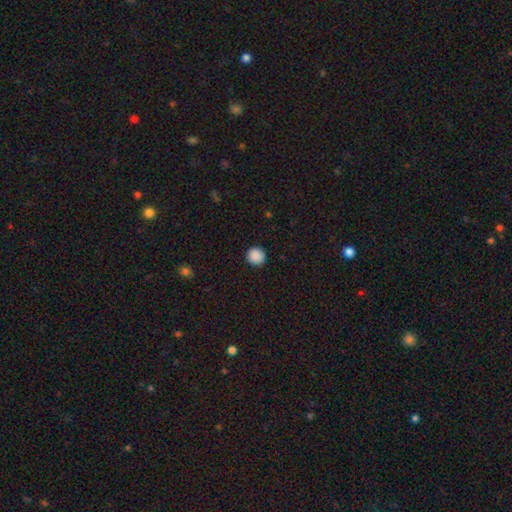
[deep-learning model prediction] This appears to be a smooth galaxy with no disk features (89%) that is round (93%). Merging: none (92%).